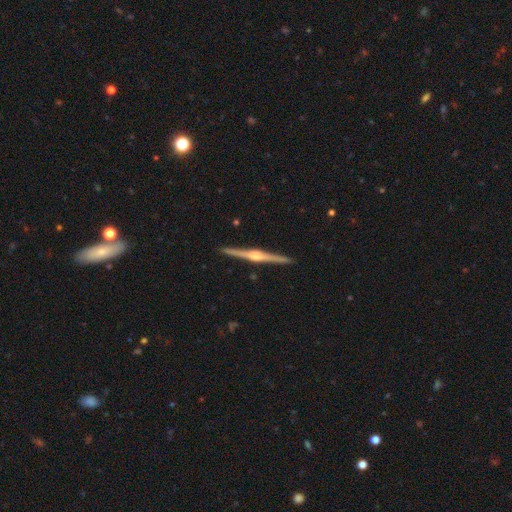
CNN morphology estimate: Smooth or featured?
  - featured or disk: 86% *
  - smooth: 9%
  - star or artifact: 4%
Edge-on disk?
  - yes: 99% *
  - no: 1%
Edge-on bulge?
  - rounded: 80% *
  - boxy: 13%
  - none: 6%
Merging?
  - none: 93% *
  - minor disturbance: 5%
  - major disturbance: 1%
  - merger: 1%